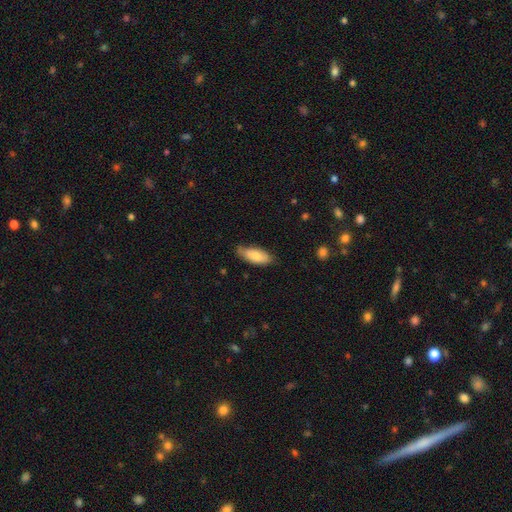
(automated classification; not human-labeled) smooth 80%, featured or disk 15%, star or artifact 6%. Down the decision tree: how rounded — in between (80%); merging — none (67%).